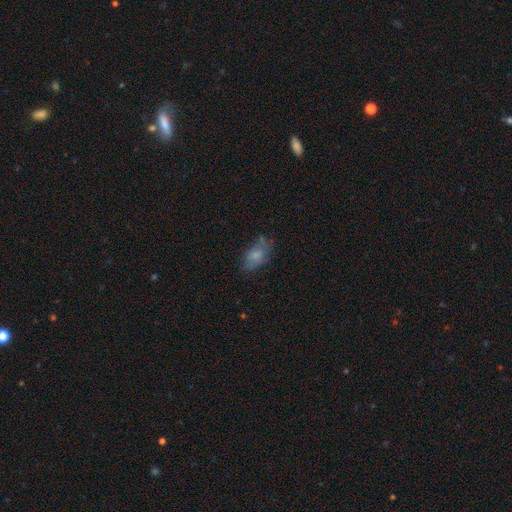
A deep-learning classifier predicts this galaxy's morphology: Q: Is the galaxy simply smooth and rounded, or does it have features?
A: smooth — 73%.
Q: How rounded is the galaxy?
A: in between — 90%.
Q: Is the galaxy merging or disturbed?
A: none — 58%.